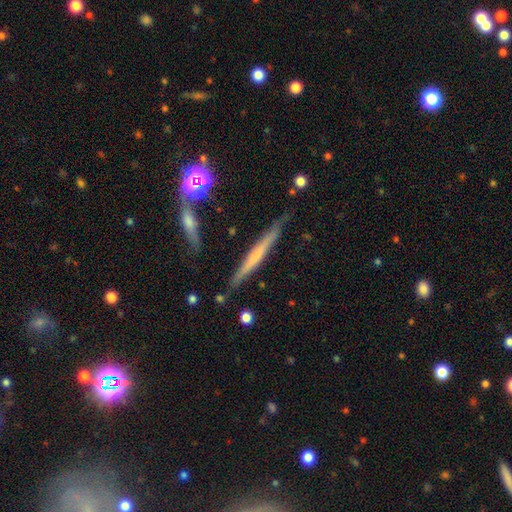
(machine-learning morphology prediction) A featured or disk galaxy (54%) viewed edge-on (96%) with no central bulge (63%). Merging: none (82%).